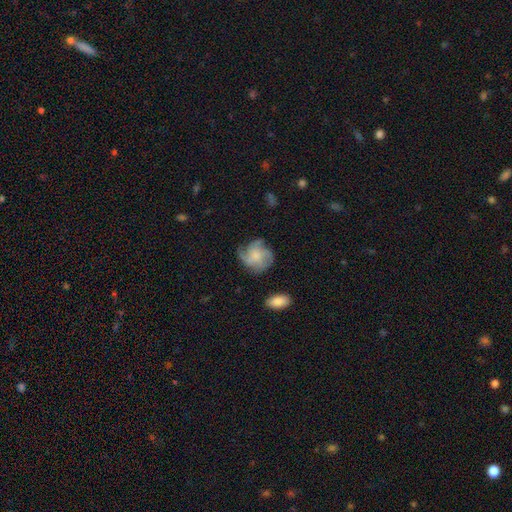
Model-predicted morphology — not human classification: featured or disk 64%, smooth 28%, star or artifact 8%. Down the decision tree: edge-on disk — no (97%); bar — no (74%); spiral arms — yes (89%); spiral arm count — 3 (34%); spiral winding — medium (45%); bulge size — moderate (38%); merging — none (65%).